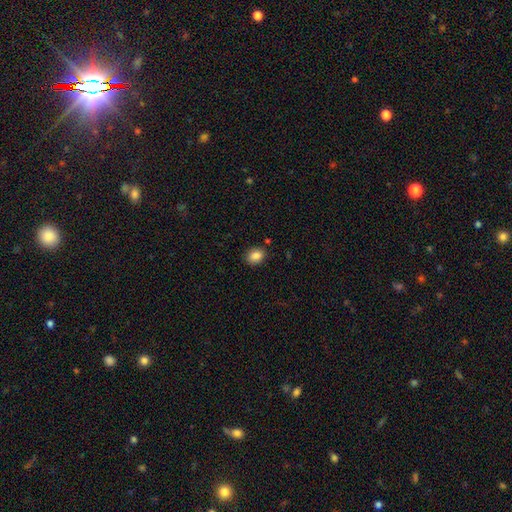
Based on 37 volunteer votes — A smooth galaxy with no disk features (86%) that is in between round and cigar-shaped (62%). Merging: none (86%).